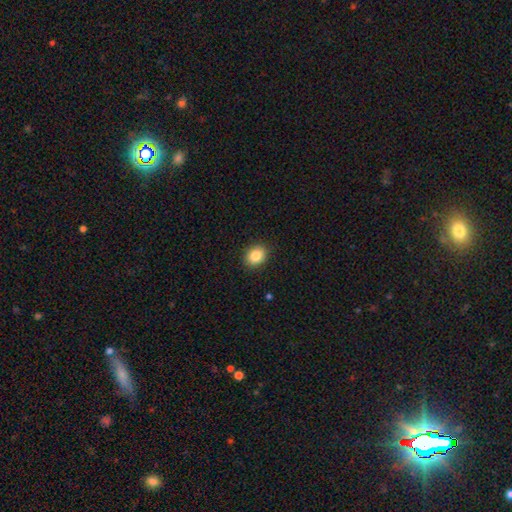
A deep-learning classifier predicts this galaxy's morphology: This appears to be a smooth galaxy with no disk features (86%) that is in between round and cigar-shaped (51%). Merging: none (89%).